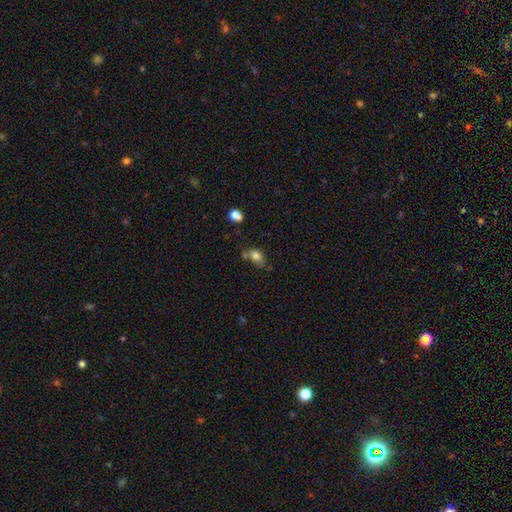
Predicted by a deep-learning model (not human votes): Morphology: type=smooth (79%); roundness=in between (72%); merging=none (44%).